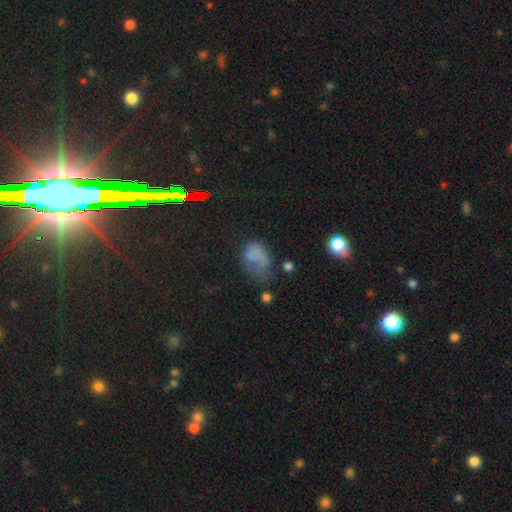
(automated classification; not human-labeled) The model was most divided on "merging": major disturbance: 41%, minor disturbance: 25%, none: 25%, merger: 8%. More confident: how rounded — in between (74%); smooth or featured — smooth (58%).